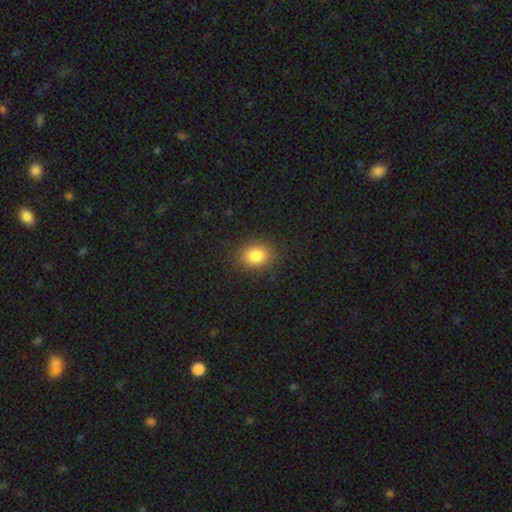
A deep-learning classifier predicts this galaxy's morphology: Overall: smooth (84%). How rounded: in between (53%; round 46%). Merging: none (87%).